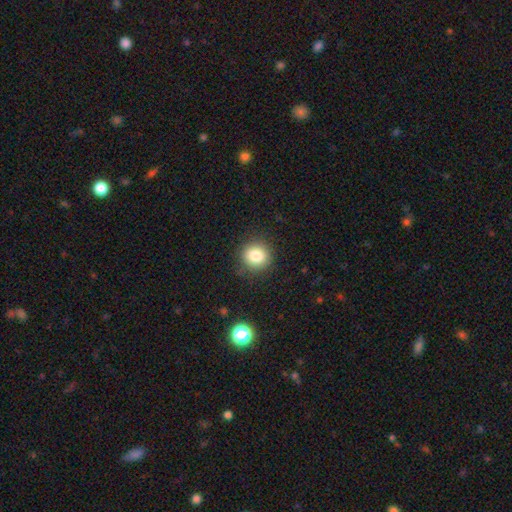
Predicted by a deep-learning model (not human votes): Smooth or featured?
  - smooth: 83% *
  - star or artifact: 11%
  - featured or disk: 6%
How rounded?
  - round: 90% *
  - in between: 9%
  - cigar-shaped: 1%
Merging?
  - none: 87% *
  - minor disturbance: 9%
  - major disturbance: 3%
  - merger: 1%